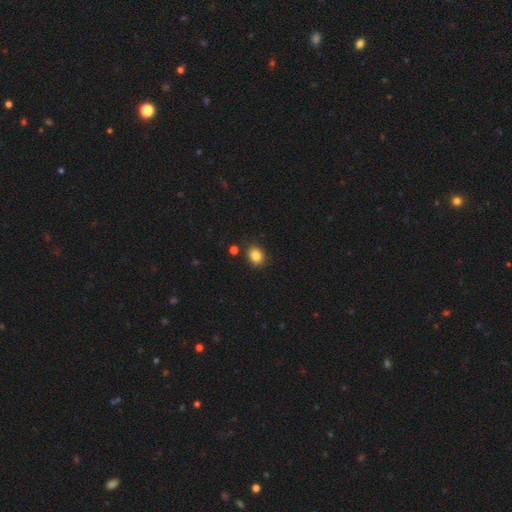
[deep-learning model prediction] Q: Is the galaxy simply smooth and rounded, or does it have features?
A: smooth — 86%.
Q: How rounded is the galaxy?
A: round — 54%.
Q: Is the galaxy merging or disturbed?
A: none — 85%.